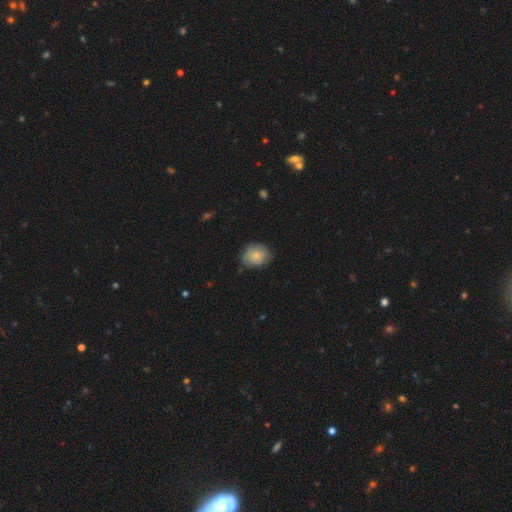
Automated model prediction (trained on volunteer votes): smooth-or-featured: smooth: 79% | featured or disk: 14% | star or artifact: 7%
  how-rounded: round: 64% | in between: 35% | cigar-shaped: 1%
  merging: none: 72% | minor disturbance: 23% | major disturbance: 4% | merger: 1%